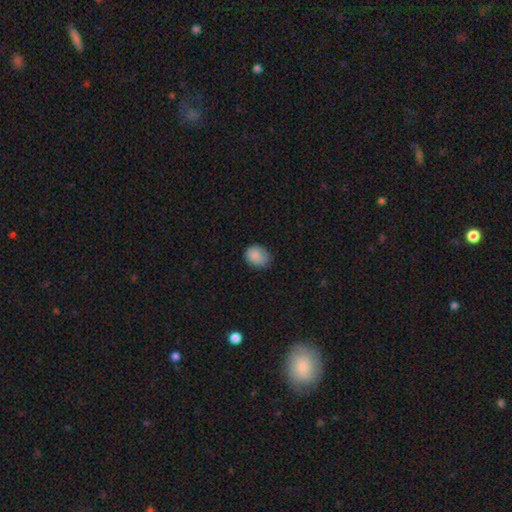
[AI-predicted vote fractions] Smooth or featured? smooth (85%)
How rounded? in between (50%)
Merging? none (69%)